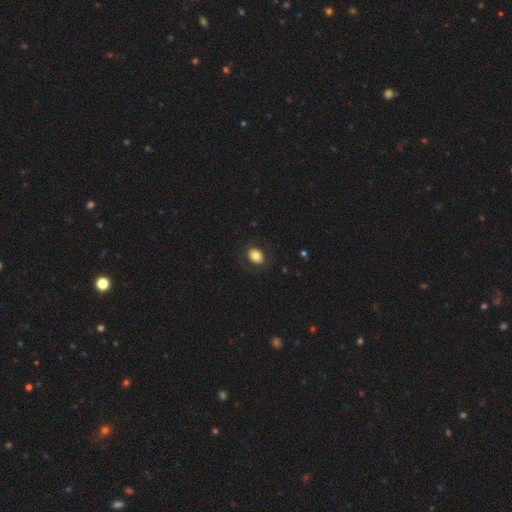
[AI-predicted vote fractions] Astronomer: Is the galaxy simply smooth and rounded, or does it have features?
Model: smooth — 76%.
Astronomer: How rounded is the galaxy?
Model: in between — 59% (runner-up: round, 40%).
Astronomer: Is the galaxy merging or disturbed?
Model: none — 83%.